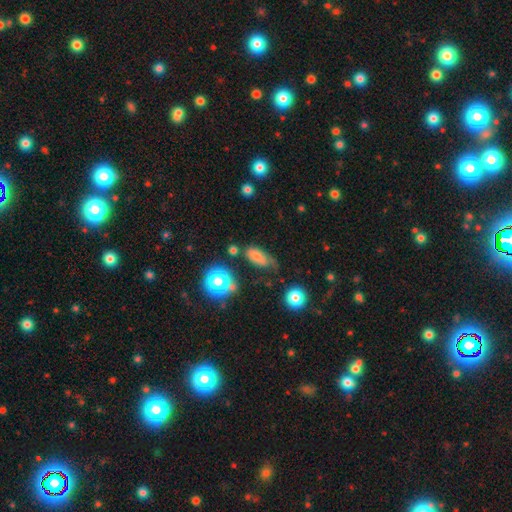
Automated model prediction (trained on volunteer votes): A smooth galaxy with no disk features (68%) that is in between round and cigar-shaped (83%). Merging: none (46%).